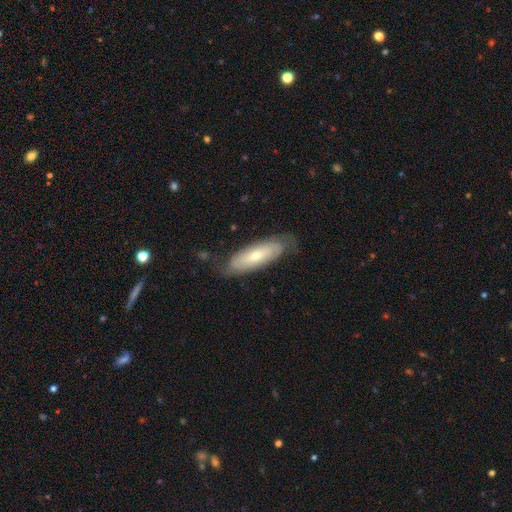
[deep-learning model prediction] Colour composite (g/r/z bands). It shows a smooth galaxy with no disk features (48%). Merging: none (73%).